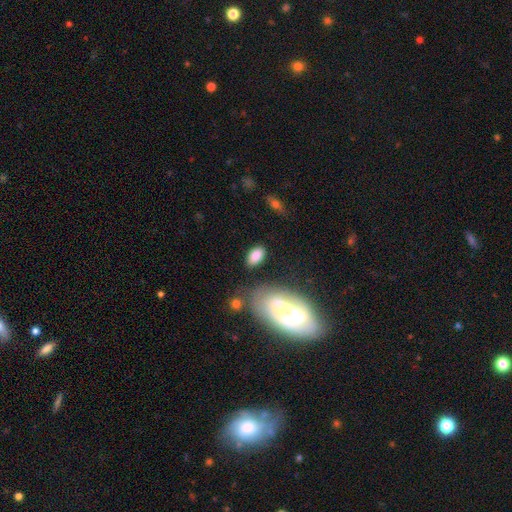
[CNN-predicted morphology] This appears to be a smooth galaxy with no disk features (83%) that is in between round and cigar-shaped (92%). Merging: none (79%).